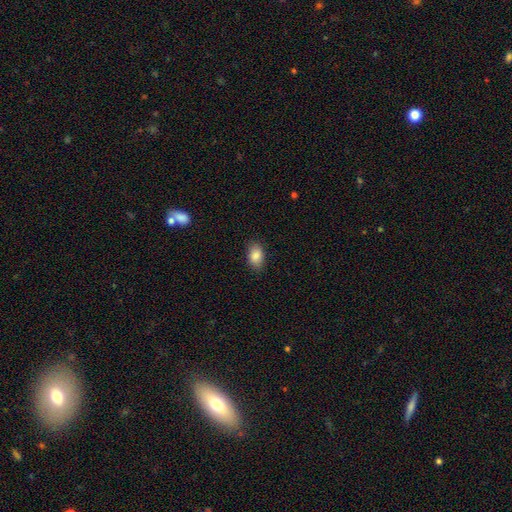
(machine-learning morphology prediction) The model was most divided on "merging": none: 86%, minor disturbance: 11%, major disturbance: 3%, merger: 1%. More confident: how rounded — in between (88%); smooth or featured — smooth (87%).